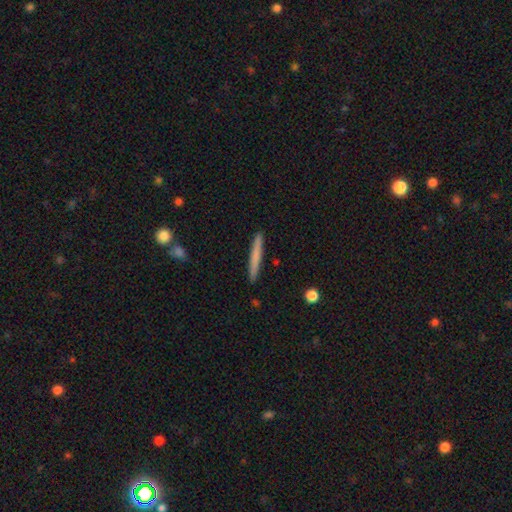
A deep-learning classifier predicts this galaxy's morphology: Overall: smooth (67%; featured or disk 27%). How rounded: cigar-shaped (96%). Merging: none (91%).